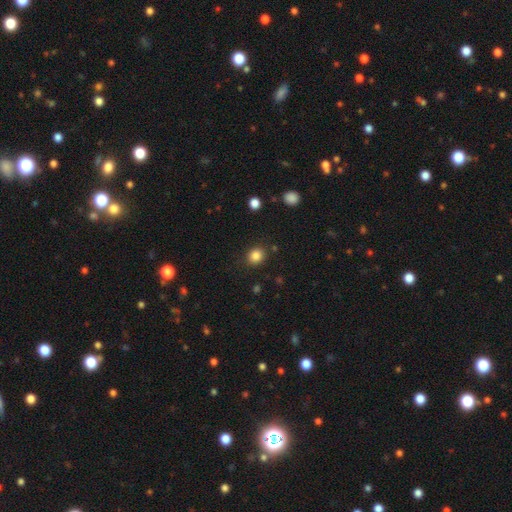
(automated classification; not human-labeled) smooth-or-featured: smooth: 85% | star or artifact: 11% | featured or disk: 4%
  how-rounded: round: 73% | in between: 26% | cigar-shaped: 1%
  merging: none: 87% | minor disturbance: 8% | major disturbance: 3% | merger: 2%